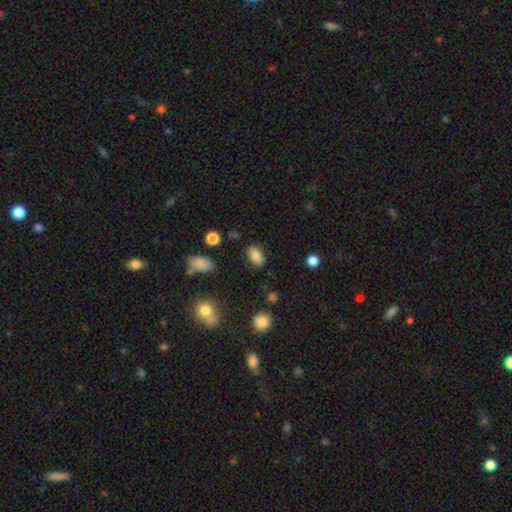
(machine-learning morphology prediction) smooth-or-featured: smooth: 83% | star or artifact: 10% | featured or disk: 7%
  how-rounded: in between: 90% | round: 8% | cigar-shaped: 2%
  merging: none: 82% | minor disturbance: 12% | major disturbance: 3% | merger: 2%